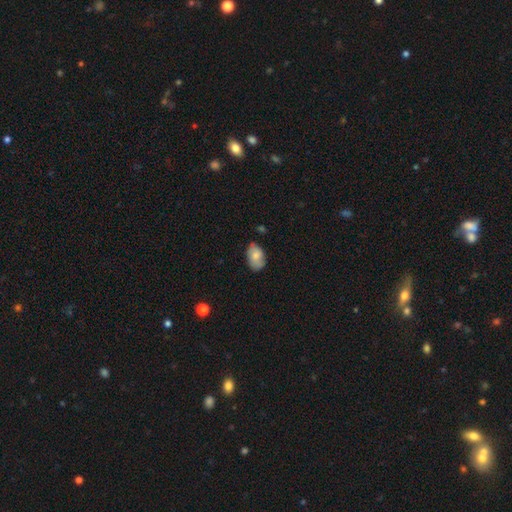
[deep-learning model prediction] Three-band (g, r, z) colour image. It shows a smooth galaxy with no disk features (73%) that is in between round and cigar-shaped (88%). Merging: none (65%).